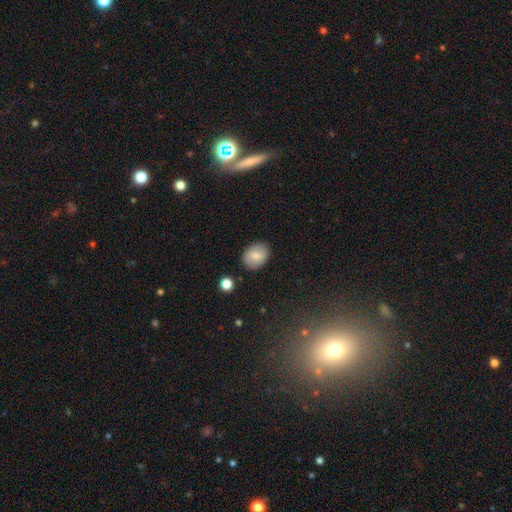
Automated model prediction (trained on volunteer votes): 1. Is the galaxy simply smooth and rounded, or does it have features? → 80% smooth, 12% featured or disk, 8% star or artifact.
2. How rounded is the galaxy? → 59% in between, 40% round, 1% cigar-shaped.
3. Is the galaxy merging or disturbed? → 88% none, 9% minor disturbance, 2% major disturbance, 1% merger.